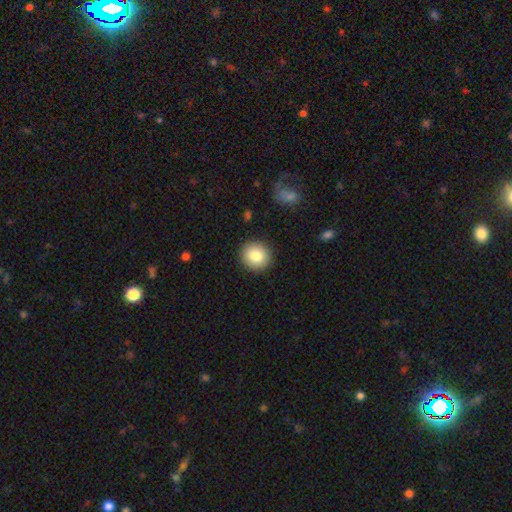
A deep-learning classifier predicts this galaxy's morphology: Smooth or featured? smooth (83%)
How rounded? round (90%)
Merging? none (91%)